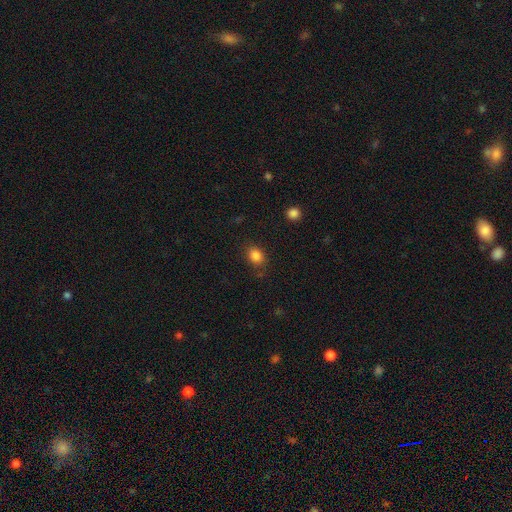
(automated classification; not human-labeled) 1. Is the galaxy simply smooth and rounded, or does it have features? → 84% smooth, 10% star or artifact, 5% featured or disk.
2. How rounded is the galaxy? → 56% in between, 43% round, 1% cigar-shaped.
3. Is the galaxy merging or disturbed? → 80% none, 14% minor disturbance, 4% major disturbance, 2% merger.